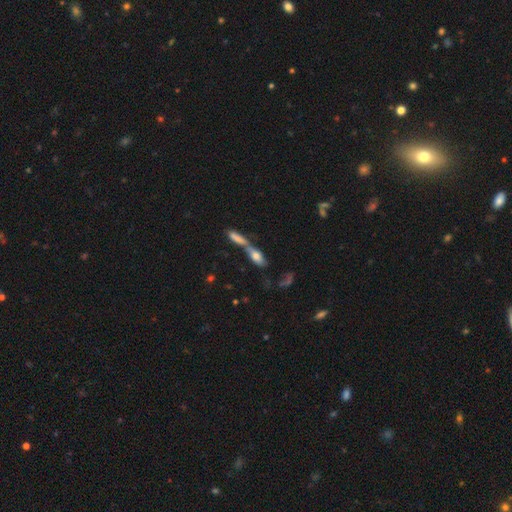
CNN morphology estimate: This is likely a smooth galaxy (60%). How rounded: likely in between (61%). Merging: likely merger (63%).